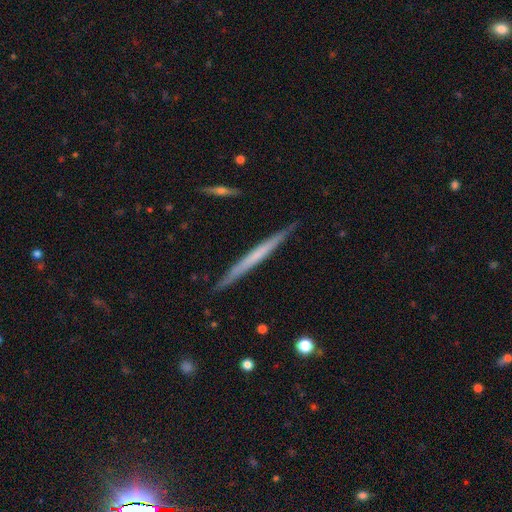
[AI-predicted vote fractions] Smooth or featured?
  - featured or disk: 54% *
  - smooth: 41%
  - star or artifact: 5%
Edge-on disk?
  - yes: 97% *
  - no: 3%
Edge-on bulge?
  - none: 86% *
  - rounded: 9%
  - boxy: 5%
Merging?
  - none: 89% *
  - minor disturbance: 8%
  - major disturbance: 1%
  - merger: 1%